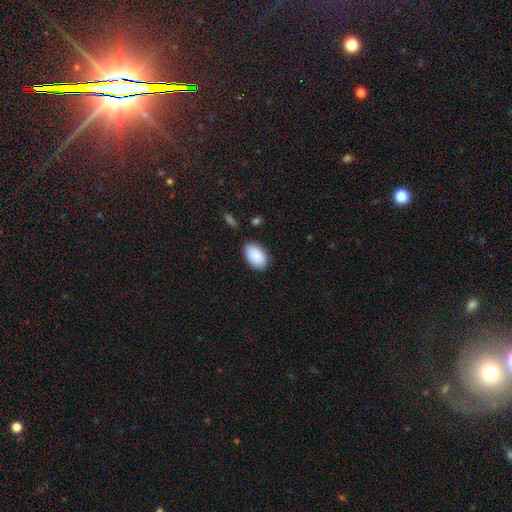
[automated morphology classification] This appears to be a smooth galaxy with no disk features (89%) that is in between round and cigar-shaped (93%). Merging: none (81%).